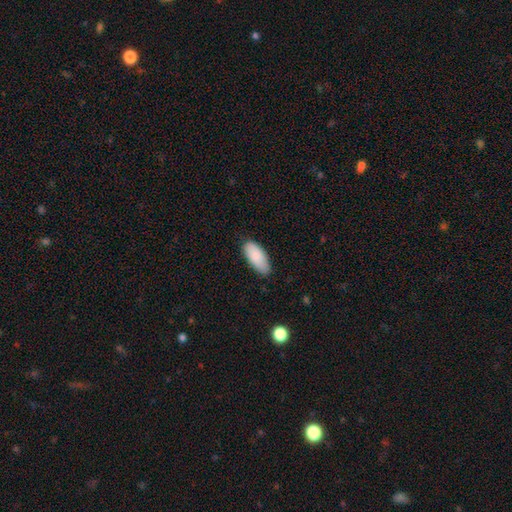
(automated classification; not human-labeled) Smooth or featured?
  - smooth: 89% *
  - star or artifact: 6%
  - featured or disk: 5%
How rounded?
  - in between: 88% *
  - cigar-shaped: 11%
  - round: 2%
Merging?
  - none: 81% *
  - minor disturbance: 16%
  - major disturbance: 2%
  - merger: 1%